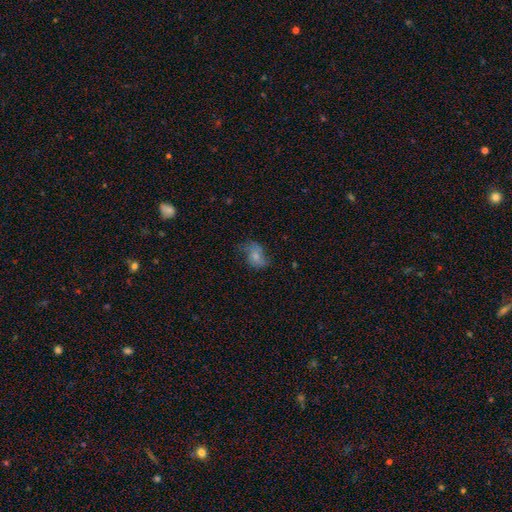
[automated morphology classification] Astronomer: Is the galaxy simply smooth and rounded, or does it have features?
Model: smooth — 51% (runner-up: featured or disk, 38%).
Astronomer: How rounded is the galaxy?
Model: in between — 73%.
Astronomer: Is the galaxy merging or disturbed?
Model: none — 48% (runner-up: minor disturbance, 30%).